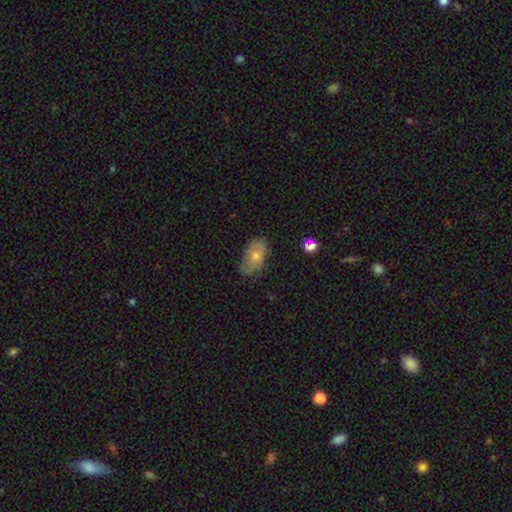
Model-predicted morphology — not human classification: Smooth or featured? Predicted: smooth (p=0.65). How rounded? Predicted: in between (p=0.91). Merging? Predicted: none (p=0.70).